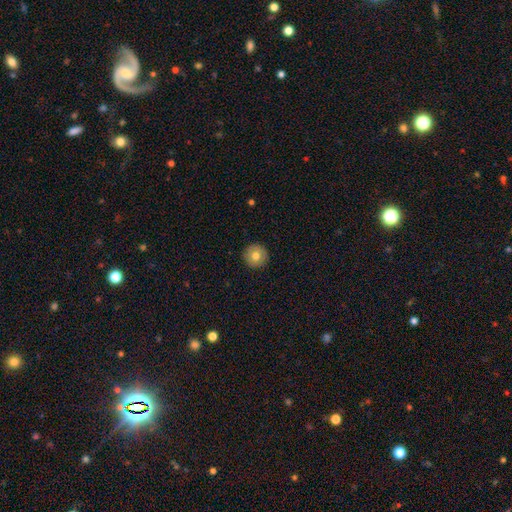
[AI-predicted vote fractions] Morphology: type=smooth (76%); roundness=round (96%); merging=none (92%).